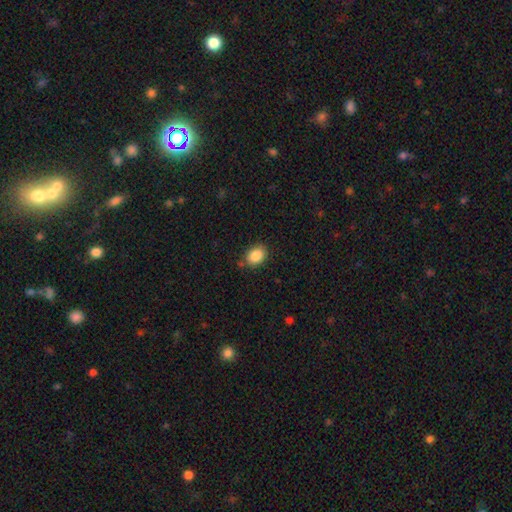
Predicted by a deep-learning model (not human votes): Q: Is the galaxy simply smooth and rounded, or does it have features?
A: smooth — 87%.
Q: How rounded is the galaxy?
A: in between — 64%.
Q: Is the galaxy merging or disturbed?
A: none — 82%.